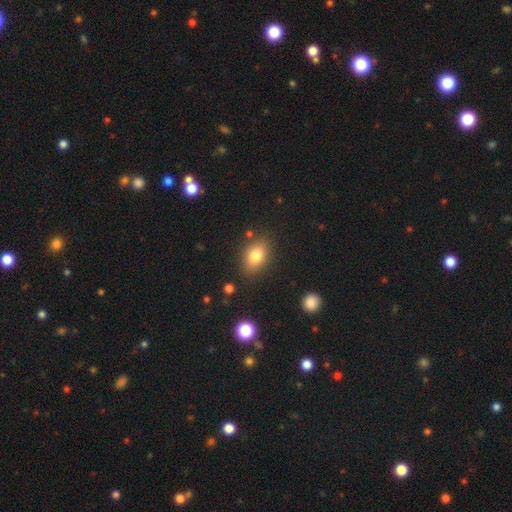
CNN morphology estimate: This is likely a smooth galaxy (79%). How rounded: likely in between (79%). Merging: clearly none (82%).